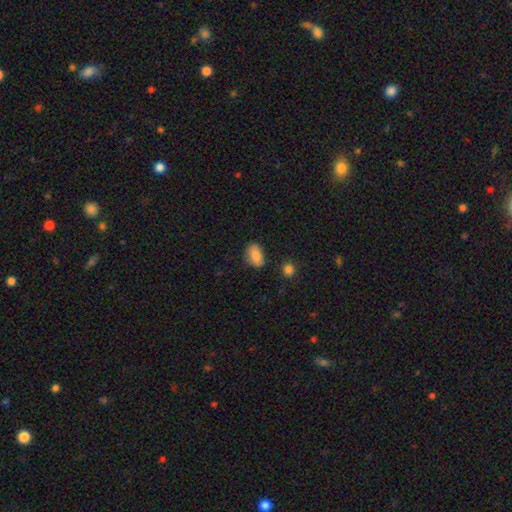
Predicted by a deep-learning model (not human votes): Overall: smooth (86%). How rounded: in between (88%). Merging: none (75%).